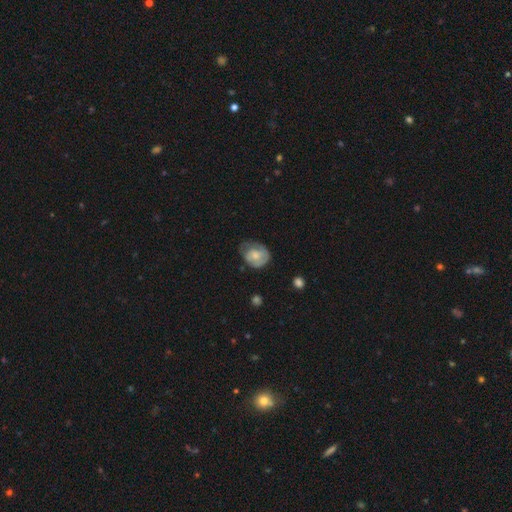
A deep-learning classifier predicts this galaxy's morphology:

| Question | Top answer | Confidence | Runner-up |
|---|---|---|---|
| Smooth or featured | smooth | 53% | featured or disk (41%) |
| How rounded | round | 51% | in between (48%) |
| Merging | none | 46% | minor disturbance (36%) |